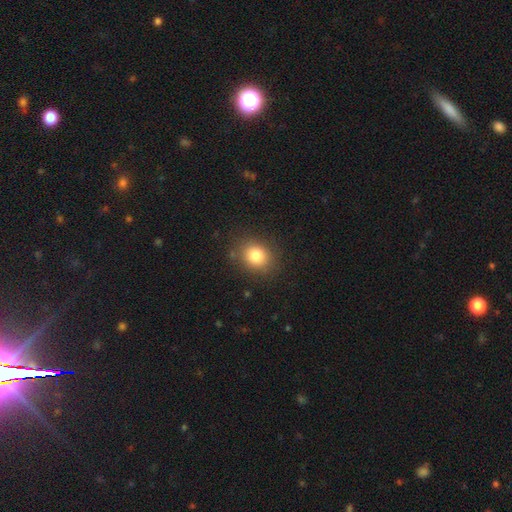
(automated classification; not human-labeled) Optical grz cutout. It shows a smooth galaxy with no disk features (82%) that is round (66%). Merging: none (85%).